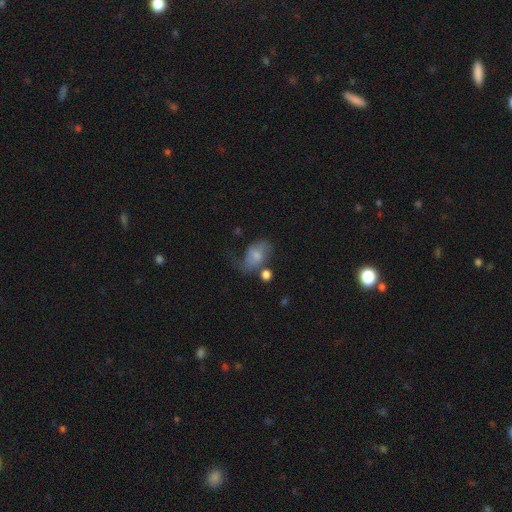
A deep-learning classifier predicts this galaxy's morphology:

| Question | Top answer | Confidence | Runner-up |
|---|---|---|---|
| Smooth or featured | smooth | 52% | featured or disk (39%) |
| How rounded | in between | 81% | round (17%) |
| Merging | none | 35% | minor disturbance (27%) |